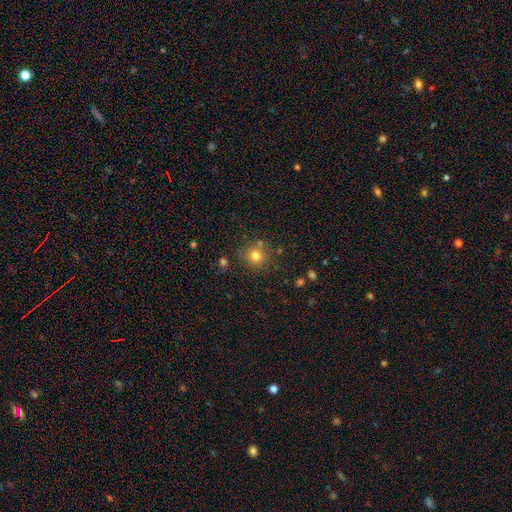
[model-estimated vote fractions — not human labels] Smooth or featured? Predicted: smooth (p=0.77). How rounded? Predicted: round (p=0.91). Merging? Predicted: none (p=0.78).